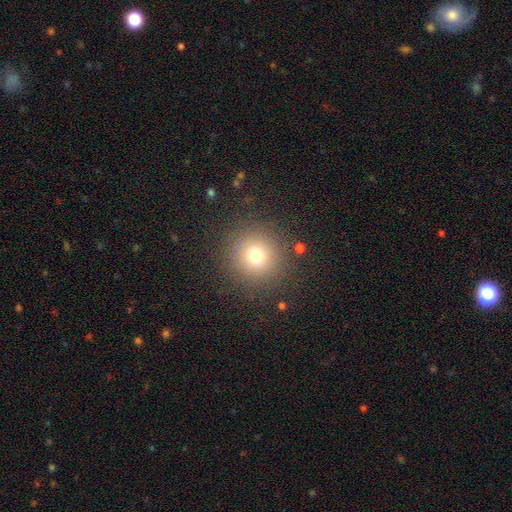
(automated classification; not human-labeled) smooth_or_featured: smooth (p=0.72) [alt: star or artifact p=0.17]
how_rounded: round (p=0.95) [alt: in between p=0.04]
merging: none (p=0.87) [alt: minor disturbance p=0.07]